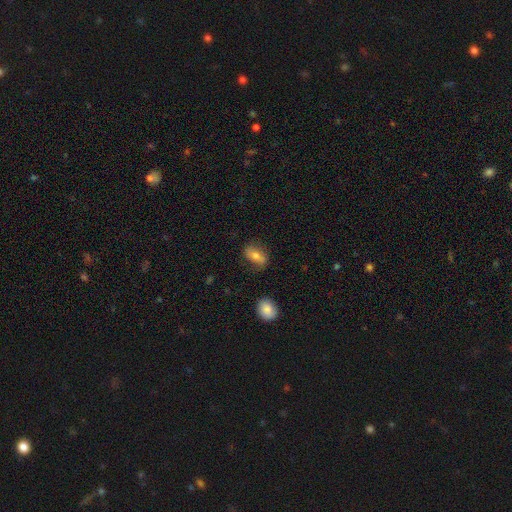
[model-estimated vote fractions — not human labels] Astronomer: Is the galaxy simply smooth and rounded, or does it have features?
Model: smooth — 68%.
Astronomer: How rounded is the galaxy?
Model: in between — 82%.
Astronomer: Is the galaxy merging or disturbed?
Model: none — 78%.